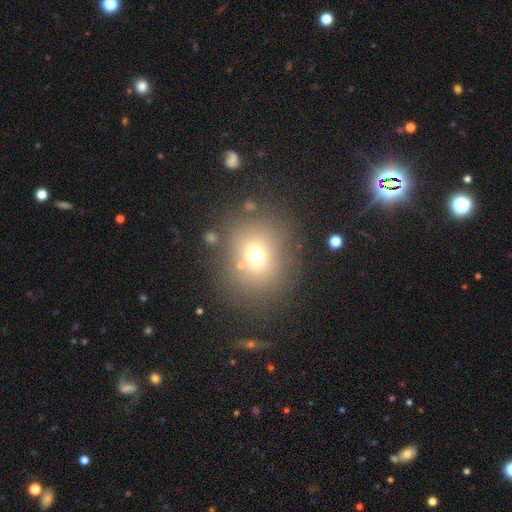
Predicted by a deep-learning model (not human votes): Smooth or featured?
  - smooth: 69% *
  - star or artifact: 18%
  - featured or disk: 13%
How rounded?
  - round: 76% *
  - in between: 23%
  - cigar-shaped: 1%
Merging?
  - none: 77% *
  - minor disturbance: 11%
  - major disturbance: 7%
  - merger: 6%